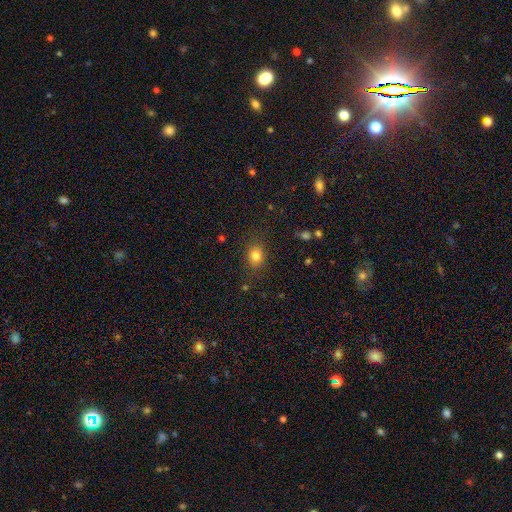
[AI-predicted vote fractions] Overall: smooth (81%). How rounded: round (55%; in between 44%). Merging: none (84%).